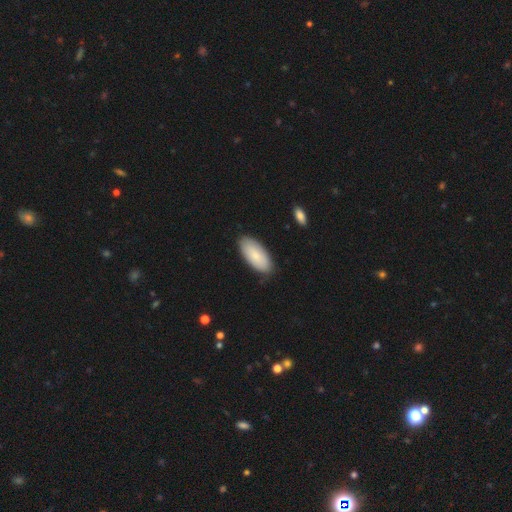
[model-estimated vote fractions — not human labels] Smooth or featured? smooth (79%)
How rounded? in between (92%)
Merging? none (83%)